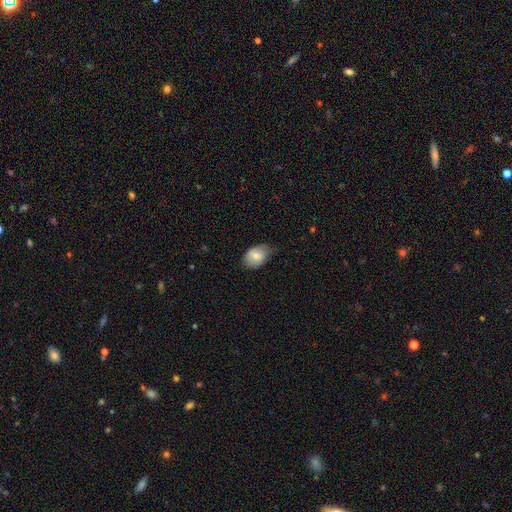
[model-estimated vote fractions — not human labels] Smooth or featured: smooth — 76% (featured or disk — 17%)
How rounded: in between — 79% (round — 20%)
Merging: none — 65% (minor disturbance — 29%)